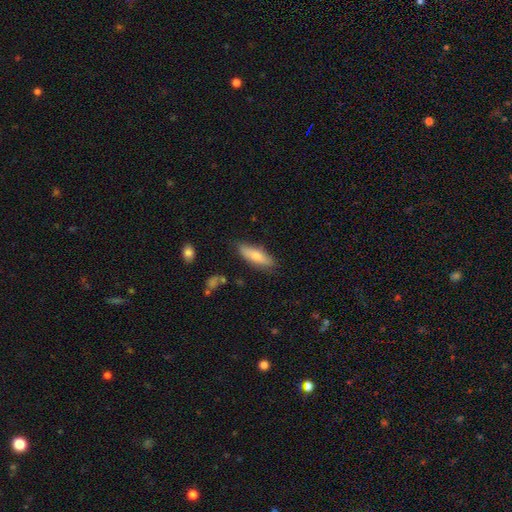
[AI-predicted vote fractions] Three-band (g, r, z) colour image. It shows a smooth galaxy with no disk features (74%) that is in between round and cigar-shaped (50%). Merging: none (80%).